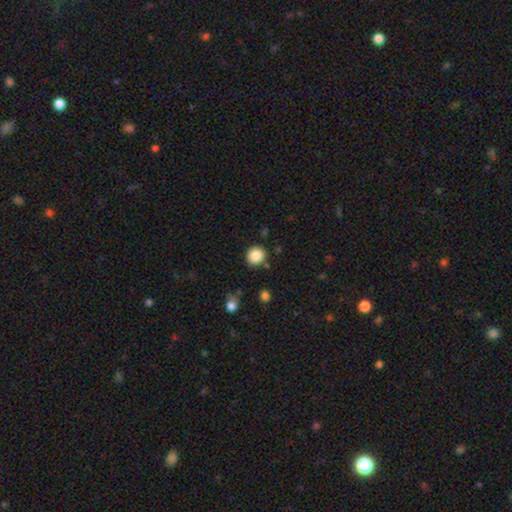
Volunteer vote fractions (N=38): smooth_or_featured: smooth (p=0.92) [alt: star or artifact p=0.05]
how_rounded: round (p=0.97) [alt: in between p=0.03]
merging: none (p=0.81) [alt: minor disturbance p=0.11]